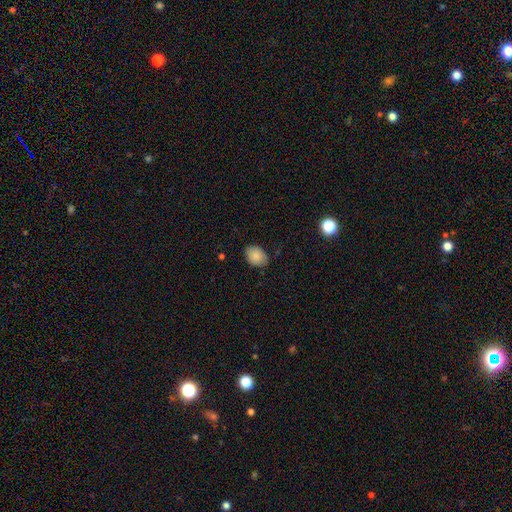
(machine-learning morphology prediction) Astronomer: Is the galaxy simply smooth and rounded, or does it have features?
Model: smooth — 87%.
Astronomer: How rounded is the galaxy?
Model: in between — 68%.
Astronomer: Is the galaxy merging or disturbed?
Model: none — 81%.